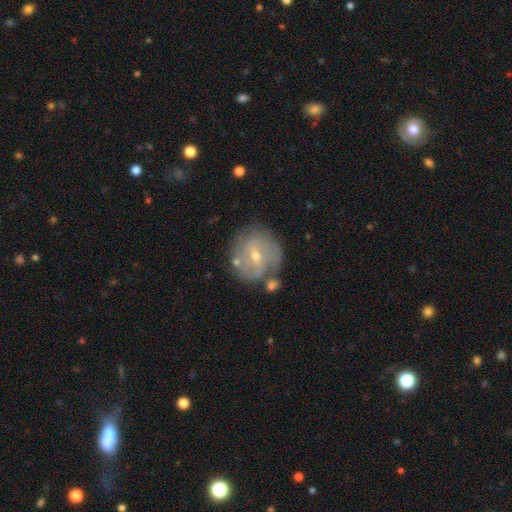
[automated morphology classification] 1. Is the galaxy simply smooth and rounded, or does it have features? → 68% featured or disk, 24% smooth, 8% star or artifact.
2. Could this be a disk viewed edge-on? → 97% no, 3% yes.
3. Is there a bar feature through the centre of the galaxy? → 51% weak, 35% no, 14% strong.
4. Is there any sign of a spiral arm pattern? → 78% yes, 22% no.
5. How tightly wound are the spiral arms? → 50% tight, 35% medium, 15% loose.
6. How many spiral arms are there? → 39% 2, 37% can't tell, 13% 3, 5% 4, 4% 1, 3% more than 4.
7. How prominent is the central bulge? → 53% small, 44% moderate, 1% large, 1% none, 1% dominant.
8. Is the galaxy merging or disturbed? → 67% none, 17% minor disturbance, 9% merger, 7% major disturbance.